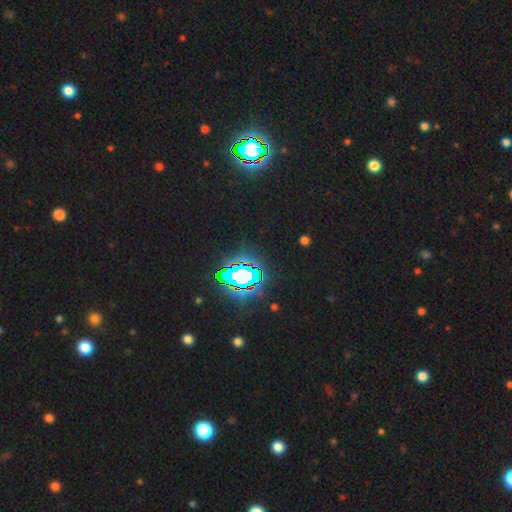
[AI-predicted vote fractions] Smooth or featured? star or artifact (85%)